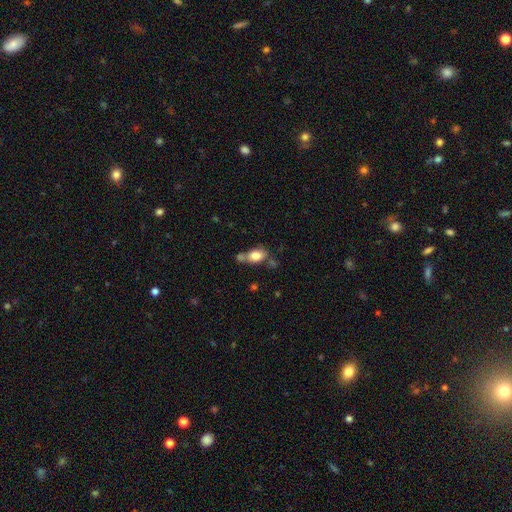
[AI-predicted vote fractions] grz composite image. It shows a smooth galaxy with no disk features (76%) that is in between round and cigar-shaped (80%). Merging: none (46%).